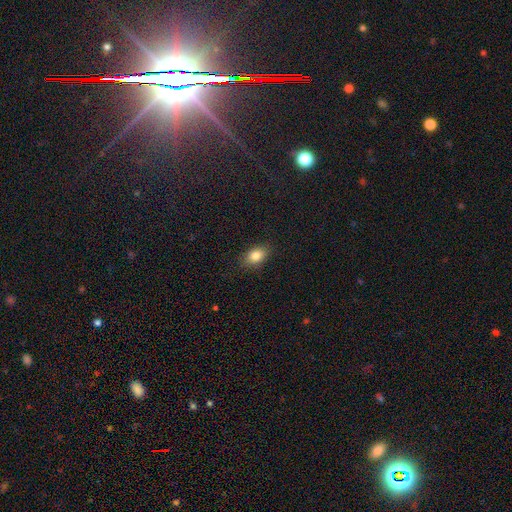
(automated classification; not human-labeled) smooth_or_featured: smooth (p=0.84) [alt: star or artifact p=0.09]
how_rounded: in between (p=0.84) [alt: round p=0.14]
merging: none (p=0.86) [alt: minor disturbance p=0.11]